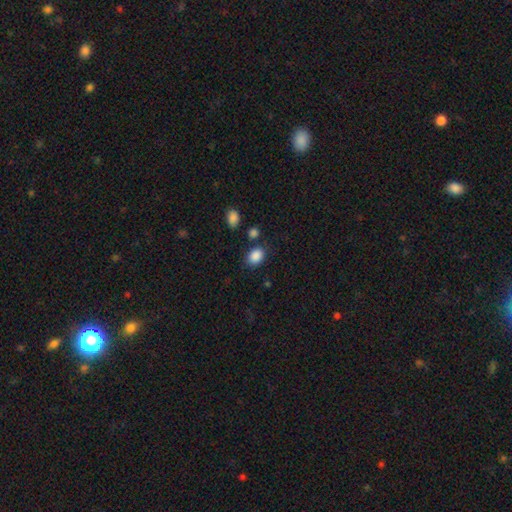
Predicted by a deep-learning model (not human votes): smooth-or-featured: smooth: 88% | star or artifact: 9% | featured or disk: 3%
  how-rounded: in between: 62% | round: 37% | cigar-shaped: 1%
  merging: none: 77% | minor disturbance: 13% | merger: 6% | major disturbance: 4%